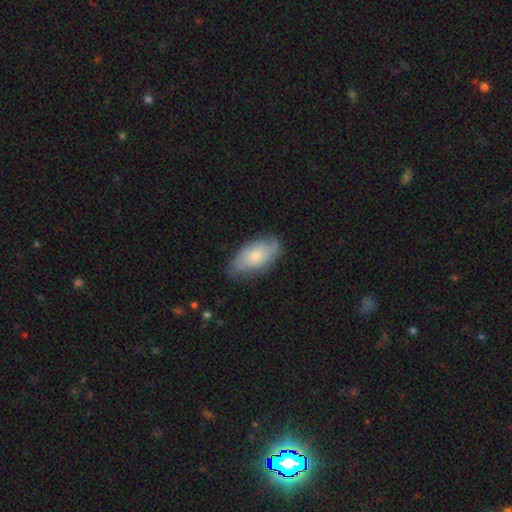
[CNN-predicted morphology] Overall: smooth (54%; featured or disk 40%). How rounded: in between (92%). Merging: none (67%).